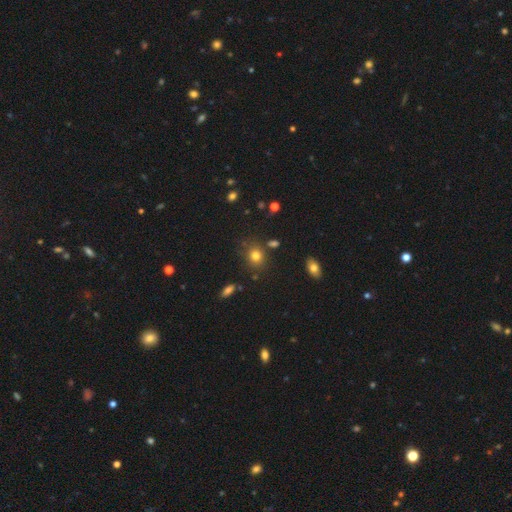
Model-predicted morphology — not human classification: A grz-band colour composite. It shows a smooth galaxy with no disk features (78%) that is round (68%). Merging: none (78%).